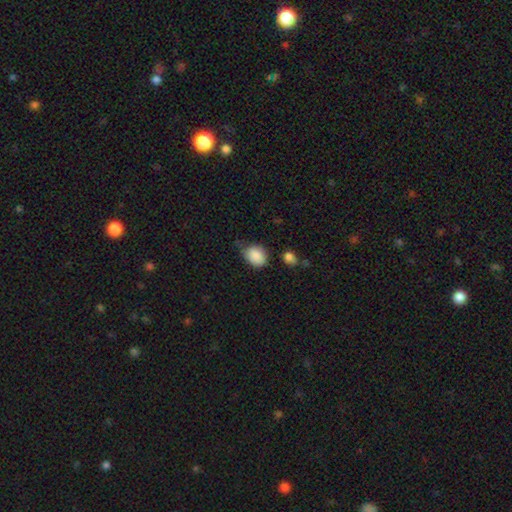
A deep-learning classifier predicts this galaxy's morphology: smooth-or-featured: smooth: 87% | star or artifact: 8% | featured or disk: 5%
  how-rounded: in between: 54% | round: 45% | cigar-shaped: 1%
  merging: none: 51% | minor disturbance: 37% | major disturbance: 7% | merger: 4%